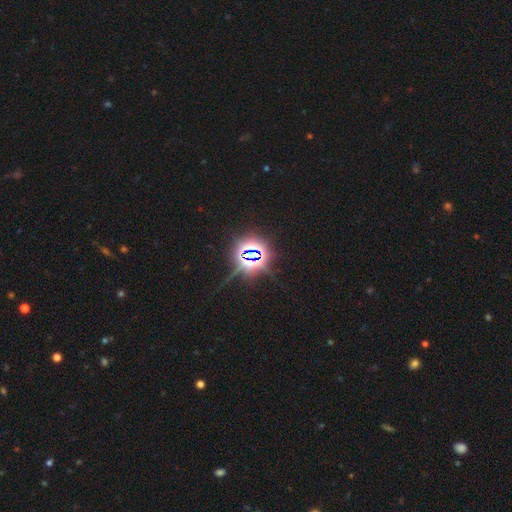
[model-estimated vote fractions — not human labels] star or artifact 82%, smooth 11%, featured or disk 8%.